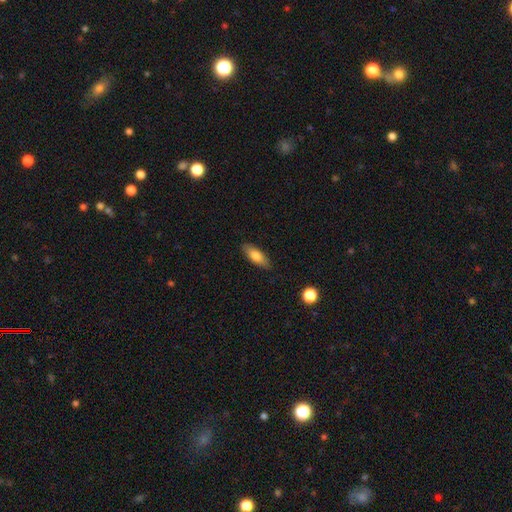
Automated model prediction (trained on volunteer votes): The model was most divided on "how rounded": in between: 67%, cigar-shaped: 31%, round: 2%. More confident: merging — none (86%); smooth or featured — smooth (76%).